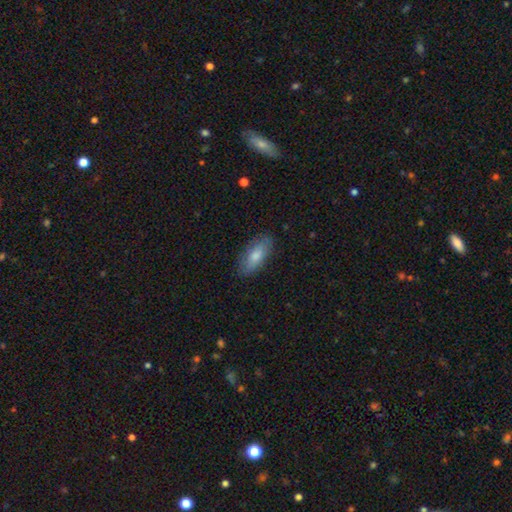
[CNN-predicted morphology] smooth_or_featured: smooth (p=0.78) [alt: featured or disk p=0.16]
how_rounded: in between (p=0.83) [alt: cigar-shaped p=0.14]
merging: none (p=0.84) [alt: minor disturbance p=0.12]